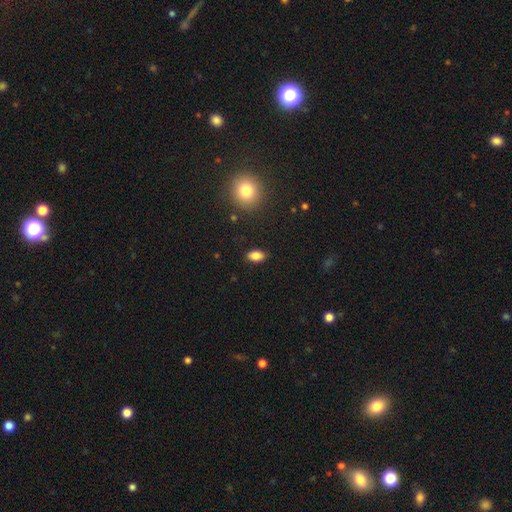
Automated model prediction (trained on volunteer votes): This appears to be a smooth galaxy with no disk features (85%) that is in between round and cigar-shaped (89%). Merging: none (87%).